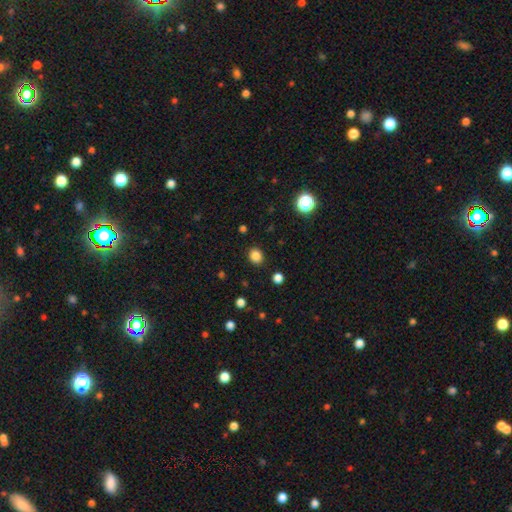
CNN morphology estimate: Smooth or featured?
  - smooth: 84% *
  - star or artifact: 13%
  - featured or disk: 4%
How rounded?
  - round: 69% *
  - in between: 30%
  - cigar-shaped: 1%
Merging?
  - none: 89% *
  - minor disturbance: 7%
  - major disturbance: 2%
  - merger: 1%